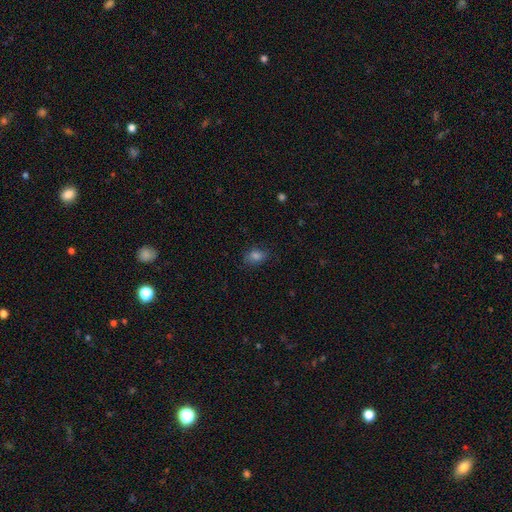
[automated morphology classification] Smooth or featured? smooth (75%)
How rounded? in between (76%)
Merging? none (79%)